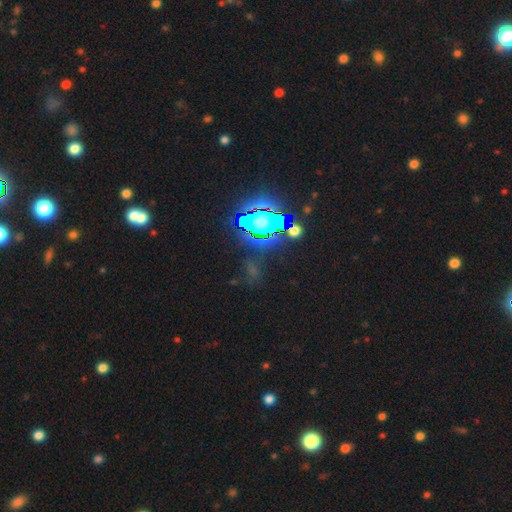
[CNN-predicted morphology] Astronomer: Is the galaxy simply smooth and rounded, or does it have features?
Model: star or artifact — 83%.